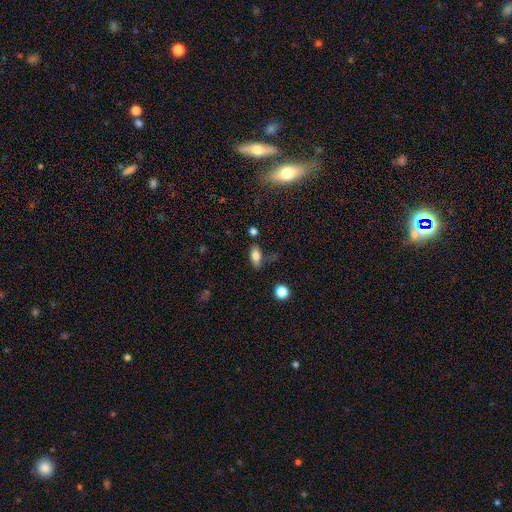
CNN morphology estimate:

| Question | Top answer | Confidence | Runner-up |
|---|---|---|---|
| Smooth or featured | smooth | 78% | featured or disk (12%) |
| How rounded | in between | 85% | cigar-shaped (10%) |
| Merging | none | 69% | minor disturbance (19%) |